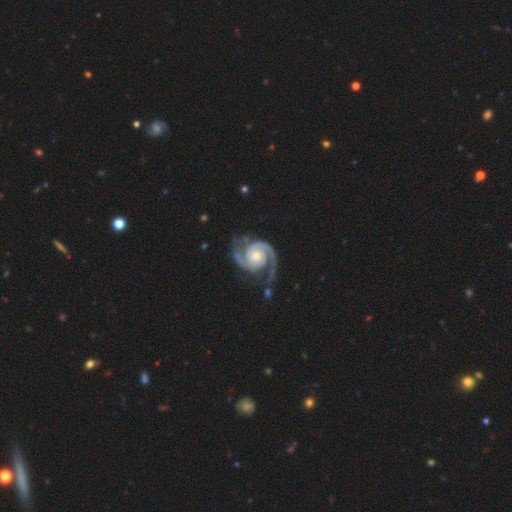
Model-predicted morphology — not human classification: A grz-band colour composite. It shows a featured or disk galaxy (94%) with no bar (70%), 2 (92%) medium (51%) spiral arms (99%) and a moderate central bulge (60%). Merging: none (74%).